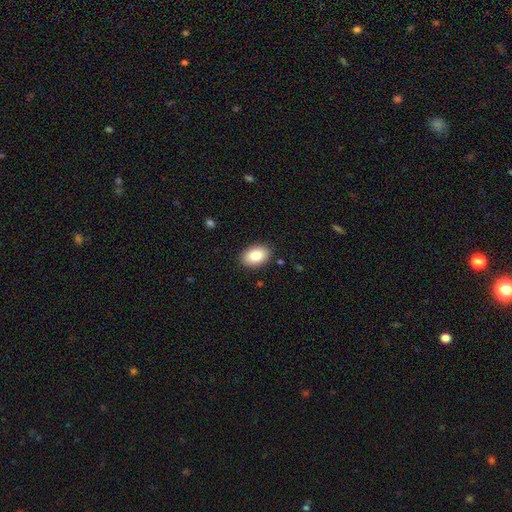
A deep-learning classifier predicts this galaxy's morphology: This appears to be a smooth galaxy with no disk features (85%) that is in between round and cigar-shaped (88%). Merging: none (89%).